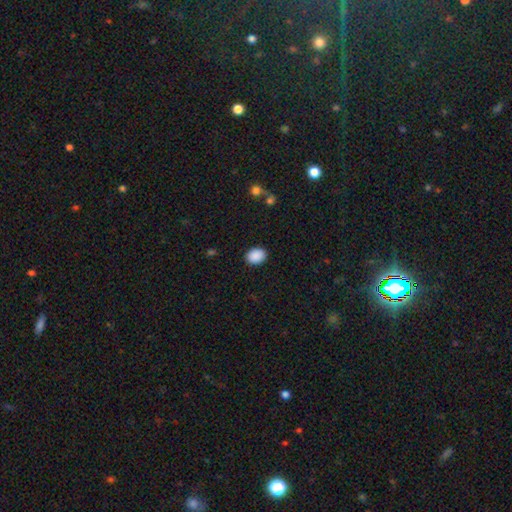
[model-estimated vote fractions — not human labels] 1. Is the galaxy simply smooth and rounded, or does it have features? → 90% smooth, 8% star or artifact, 3% featured or disk.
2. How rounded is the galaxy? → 63% in between, 36% round, 1% cigar-shaped.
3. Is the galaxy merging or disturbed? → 90% none, 7% minor disturbance, 2% major disturbance, 1% merger.